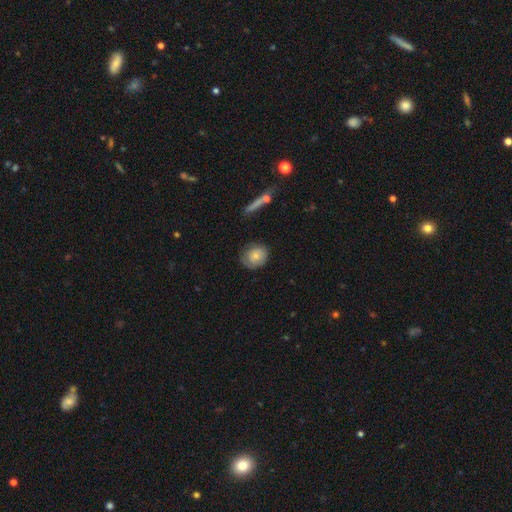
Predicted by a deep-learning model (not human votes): smooth-or-featured: smooth: 73% | featured or disk: 20% | star or artifact: 7%
  how-rounded: round: 68% | in between: 30% | cigar-shaped: 2%
  merging: none: 71% | minor disturbance: 21% | major disturbance: 5% | merger: 2%